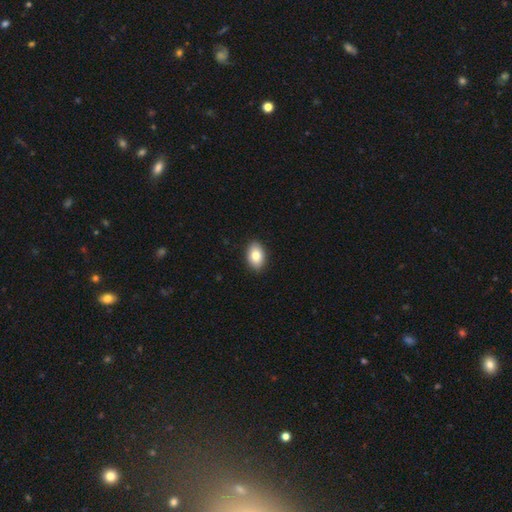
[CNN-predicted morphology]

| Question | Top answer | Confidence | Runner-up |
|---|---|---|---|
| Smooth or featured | smooth | 82% | featured or disk (11%) |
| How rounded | in between | 88% | round (11%) |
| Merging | none | 90% | minor disturbance (7%) |